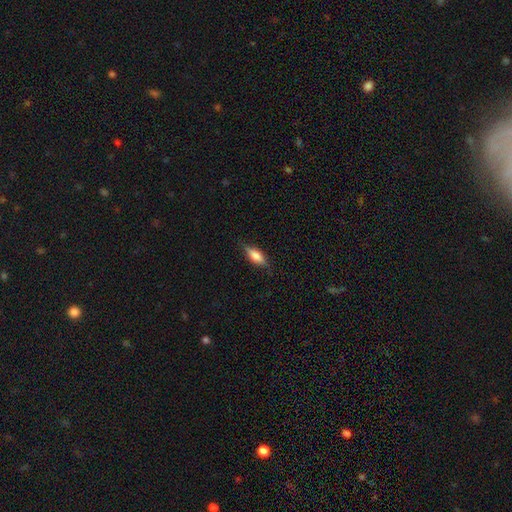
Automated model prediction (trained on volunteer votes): A smooth galaxy with no disk features (65%) that is in between round and cigar-shaped (64%).

Vote fractions:
- Smooth or featured? smooth: 65% / featured or disk: 28% / star or artifact: 7%
- How rounded? in between: 64% / cigar-shaped: 33% / round: 3%
- Merging? none: 80% / minor disturbance: 15% / major disturbance: 3% / merger: 1%